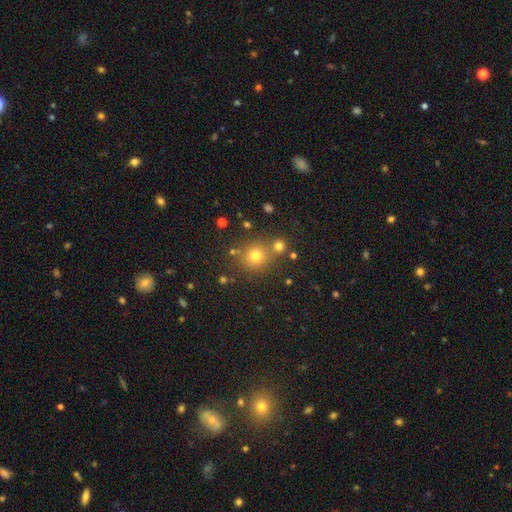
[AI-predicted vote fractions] A smooth galaxy with no disk features (71%) that is round (89%).

Vote fractions:
- Smooth or featured? smooth: 71% / star or artifact: 20% / featured or disk: 9%
- How rounded? round: 89% / in between: 10% / cigar-shaped: 1%
- Merging? none: 74% / merger: 14% / minor disturbance: 9% / major disturbance: 3%